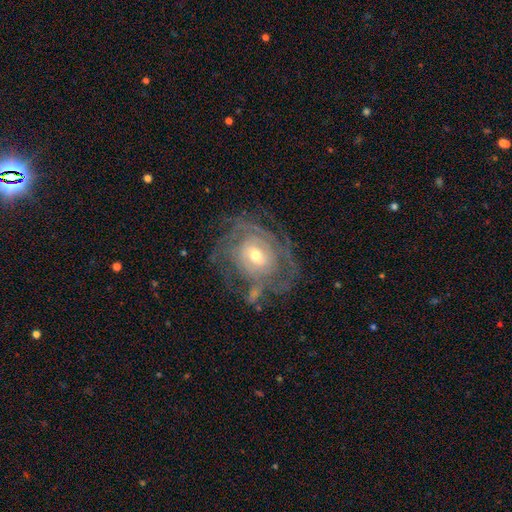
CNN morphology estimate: Q: Smooth or featured?
A: featured or disk (81%); runner-up: smooth (12%)
Q: Edge-on disk?
A: no (96%); runner-up: yes (4%)
Q: Bar?
A: no (45%); runner-up: weak (42%)
Q: Spiral arms?
A: yes (84%); runner-up: no (16%)
Q: Spiral winding?
A: tight (69%); runner-up: medium (23%)
Q: Spiral arm count?
A: can't tell (52%); runner-up: 2 (15%)
Q: Bulge size?
A: moderate (55%); runner-up: small (40%)
Q: Merging?
A: none (59%); runner-up: minor disturbance (20%)